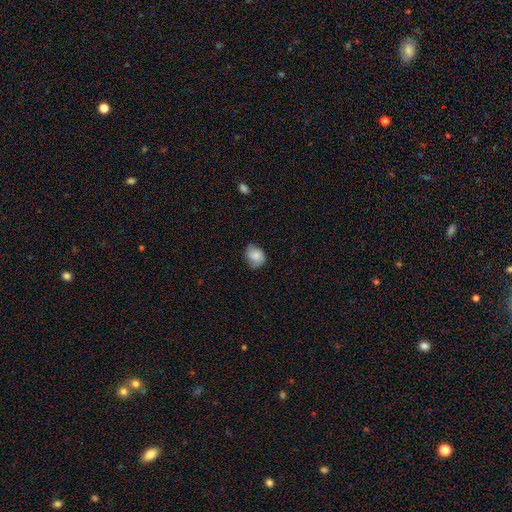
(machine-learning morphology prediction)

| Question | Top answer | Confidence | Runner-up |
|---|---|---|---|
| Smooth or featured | smooth | 79% | featured or disk (13%) |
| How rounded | round | 51% | in between (48%) |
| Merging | none | 65% | minor disturbance (28%) |